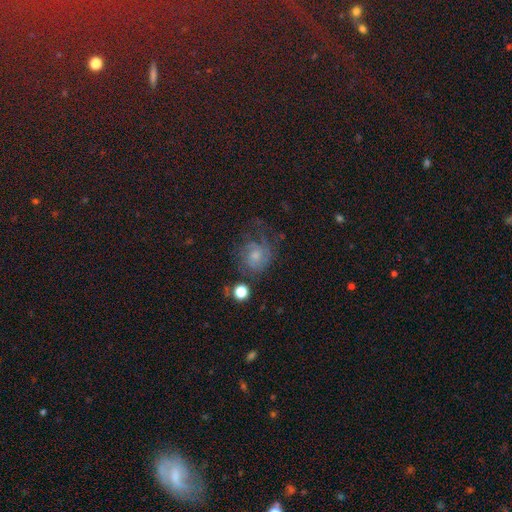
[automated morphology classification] This is possibly a featured or disk galaxy (51%). It is clearly not viewed edge-on (97%). Bar: likely no (76%). Spiral arm pattern: likely yes (78%). Central bulge: marginally small (45%). Merging: marginally none (44%).